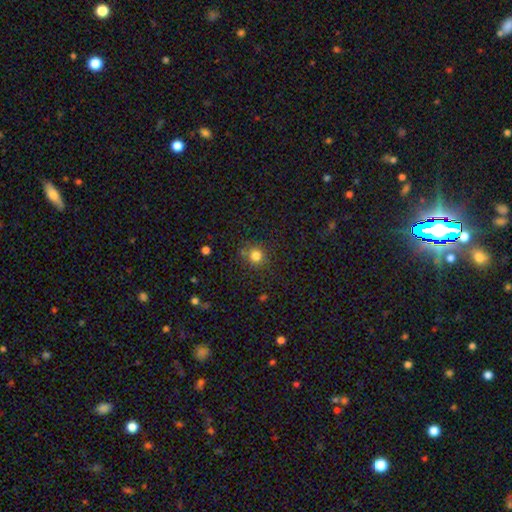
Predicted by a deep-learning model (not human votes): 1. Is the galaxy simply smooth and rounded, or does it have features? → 81% smooth, 14% star or artifact, 5% featured or disk.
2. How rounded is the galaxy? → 91% round, 8% in between, 1% cigar-shaped.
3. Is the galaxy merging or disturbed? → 79% none, 10% minor disturbance, 7% merger, 4% major disturbance.